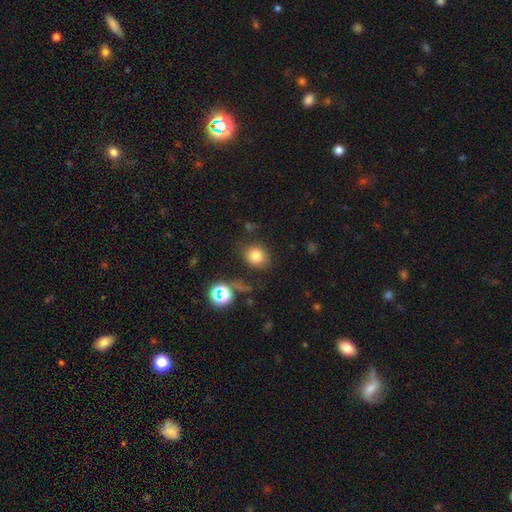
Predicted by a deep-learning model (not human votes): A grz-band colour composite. It shows a smooth galaxy with no disk features (77%) that is round (66%). Merging: none (77%).